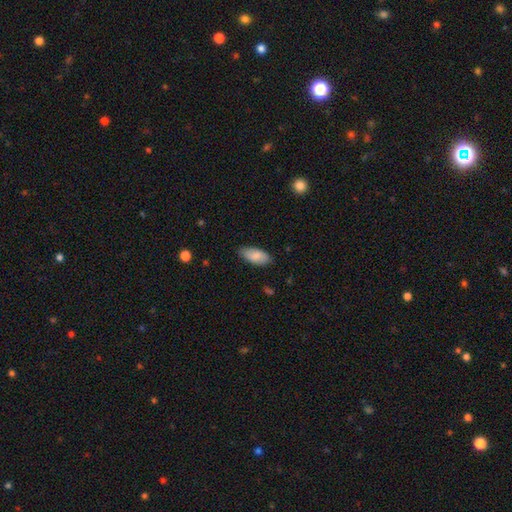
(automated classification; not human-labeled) Smooth or featured? Predicted: smooth (p=0.84). How rounded? Predicted: in between (p=0.90). Merging? Predicted: none (p=0.81).